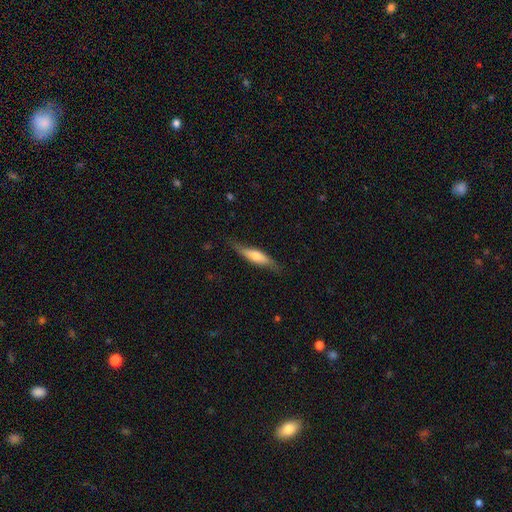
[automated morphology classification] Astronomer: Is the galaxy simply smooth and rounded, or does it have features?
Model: smooth — 52% (runner-up: featured or disk, 43%).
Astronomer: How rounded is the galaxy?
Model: cigar-shaped — 73%.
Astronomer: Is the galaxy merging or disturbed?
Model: none — 75%.